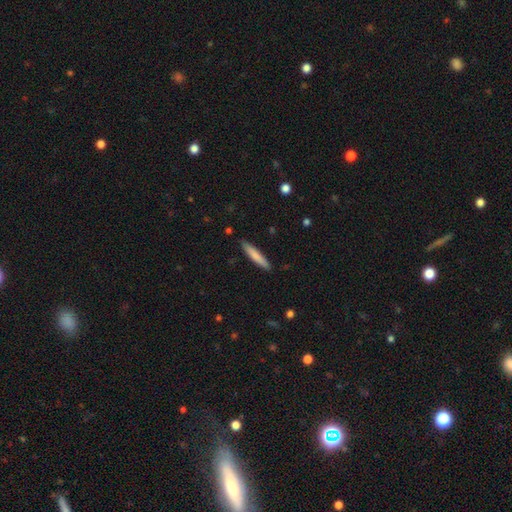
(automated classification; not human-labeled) smooth_or_featured: smooth (p=0.76) [alt: featured or disk p=0.18]
how_rounded: cigar-shaped (p=0.92) [alt: in between p=0.07]
merging: none (p=0.89) [alt: minor disturbance p=0.09]